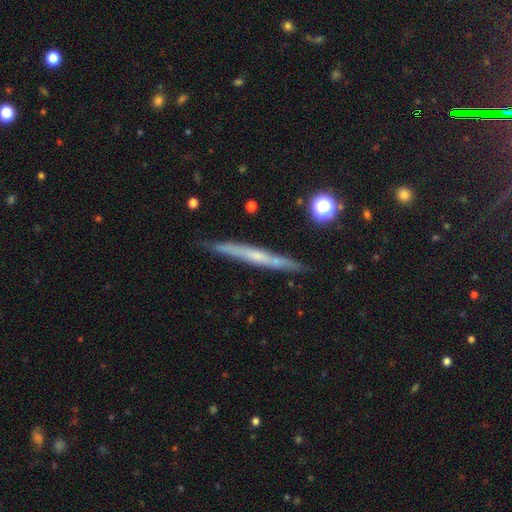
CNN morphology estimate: Smooth or featured?
  - featured or disk: 61% *
  - smooth: 32%
  - star or artifact: 7%
Edge-on disk?
  - yes: 95% *
  - no: 5%
Edge-on bulge?
  - none: 63% *
  - rounded: 32%
  - boxy: 5%
Merging?
  - none: 85% *
  - minor disturbance: 11%
  - merger: 2%
  - major disturbance: 2%